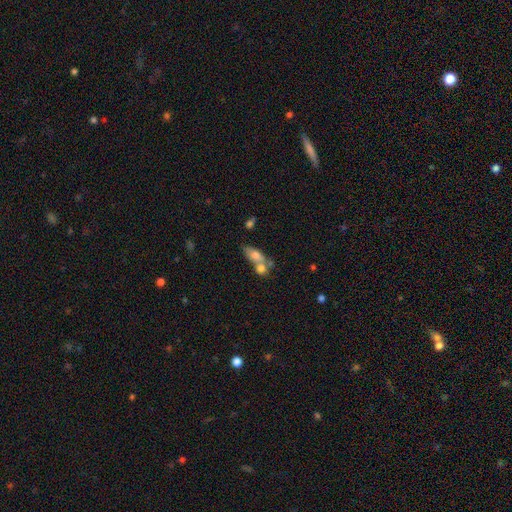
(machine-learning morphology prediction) smooth_or_featured: smooth (p=0.69) [alt: featured or disk p=0.22]
how_rounded: in between (p=0.75) [alt: cigar-shaped p=0.15]
merging: merger (p=0.49) [alt: none p=0.33]